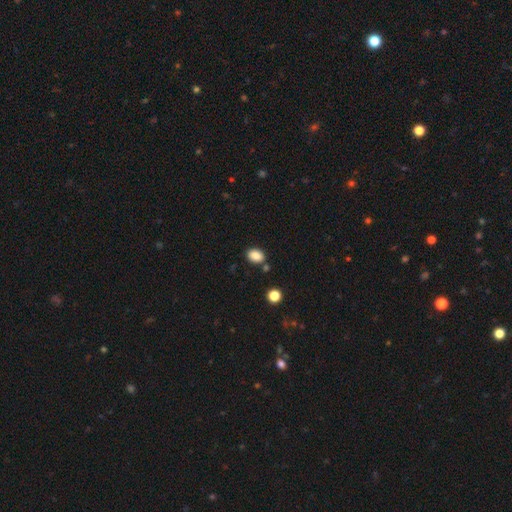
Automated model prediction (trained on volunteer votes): Overall: smooth (86%). How rounded: in between (77%). Merging: none (80%).